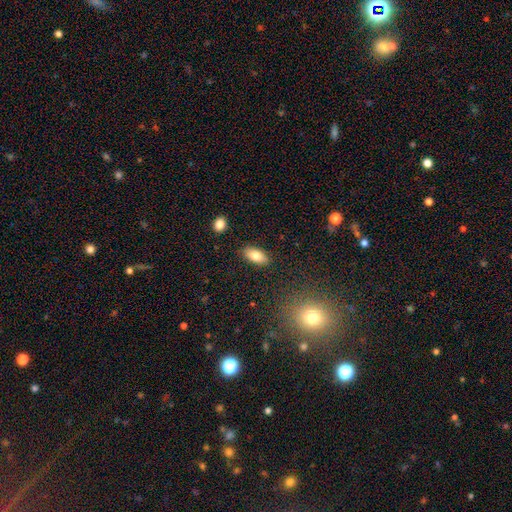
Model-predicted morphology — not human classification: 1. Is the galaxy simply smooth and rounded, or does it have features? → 81% smooth, 11% featured or disk, 7% star or artifact.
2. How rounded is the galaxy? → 90% in between, 7% cigar-shaped, 3% round.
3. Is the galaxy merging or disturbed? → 87% none, 9% minor disturbance, 2% major disturbance, 2% merger.